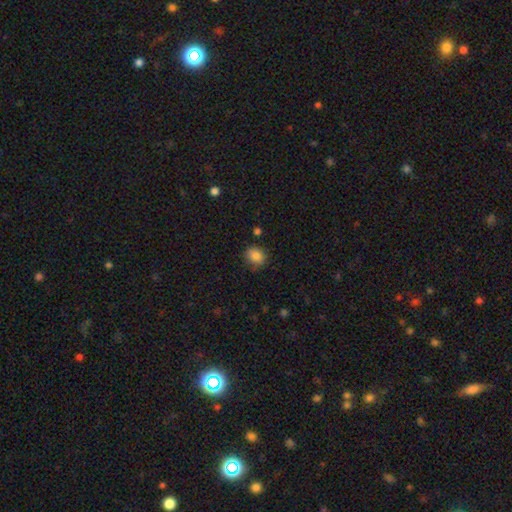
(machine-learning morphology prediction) The model was most divided on "how rounded": round: 61%, in between: 38%, cigar-shaped: 1%. More confident: smooth or featured — smooth (85%); merging — none (82%).